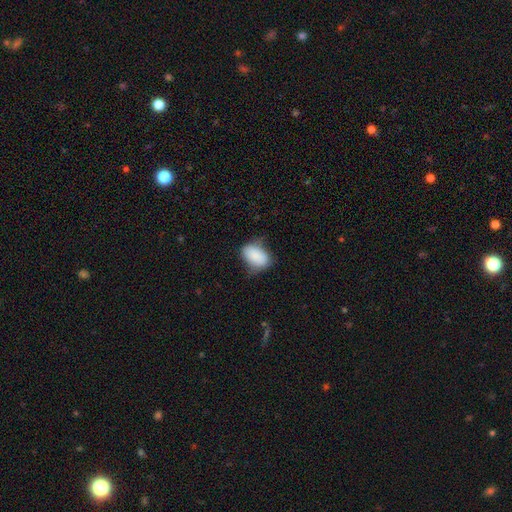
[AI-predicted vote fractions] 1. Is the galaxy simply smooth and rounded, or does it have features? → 86% smooth, 7% star or artifact, 7% featured or disk.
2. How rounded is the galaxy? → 89% in between, 10% round, 1% cigar-shaped.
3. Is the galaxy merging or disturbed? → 56% none, 32% minor disturbance, 9% major disturbance, 2% merger.